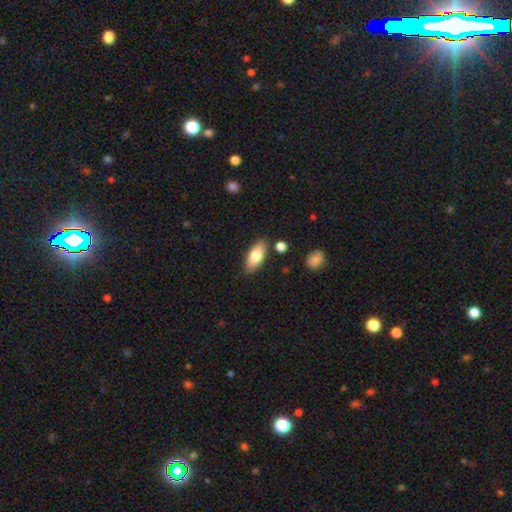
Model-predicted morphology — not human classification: type=smooth (78%); roundness=in between (85%); merging=none (84%).